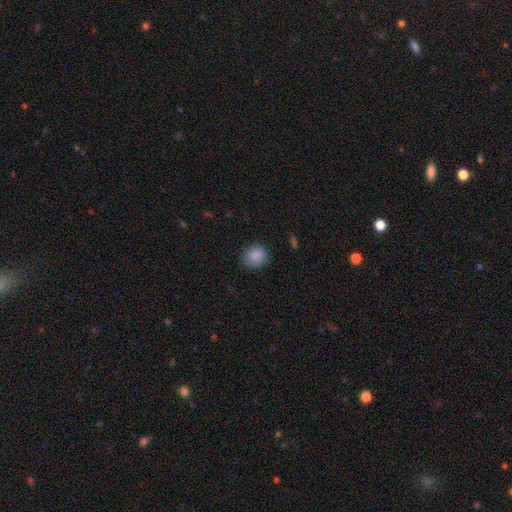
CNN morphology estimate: smooth-or-featured: smooth: 87% | star or artifact: 9% | featured or disk: 4%
  how-rounded: round: 67% | in between: 32% | cigar-shaped: 1%
  merging: none: 81% | minor disturbance: 14% | major disturbance: 3% | merger: 1%